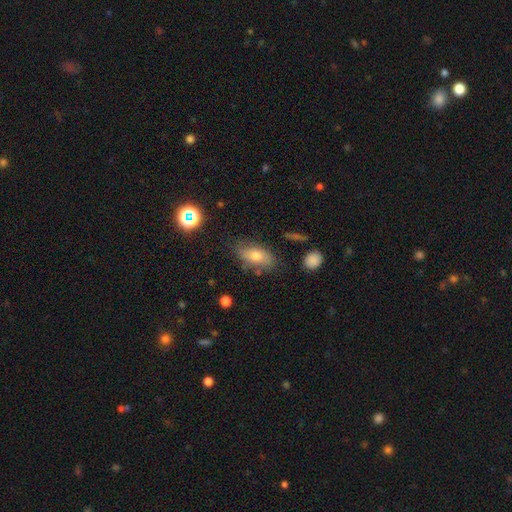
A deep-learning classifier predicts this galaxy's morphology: smooth-or-featured: smooth: 66% | featured or disk: 23% | star or artifact: 12%
  how-rounded: in between: 86% | cigar-shaped: 7% | round: 7%
  merging: none: 72% | minor disturbance: 19% | major disturbance: 6% | merger: 3%